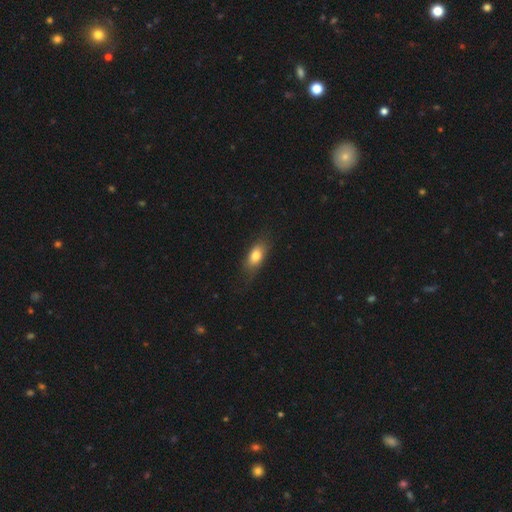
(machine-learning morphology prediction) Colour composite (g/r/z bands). It shows a smooth galaxy with no disk features (77%) that is in between round and cigar-shaped (82%). Merging: none (70%).